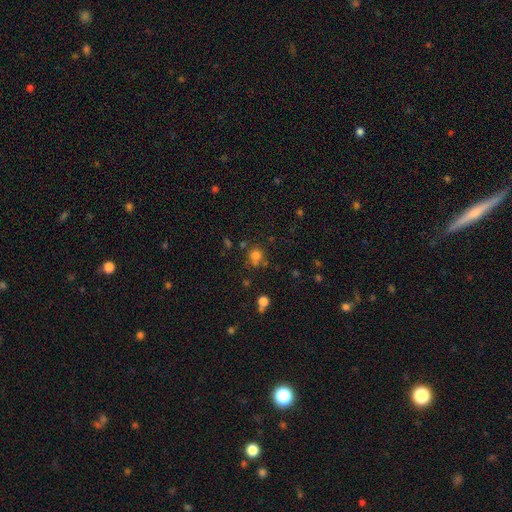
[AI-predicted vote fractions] Smooth or featured? Predicted: smooth (p=0.76). How rounded? Predicted: round (p=0.81). Merging? Predicted: none (p=0.65).